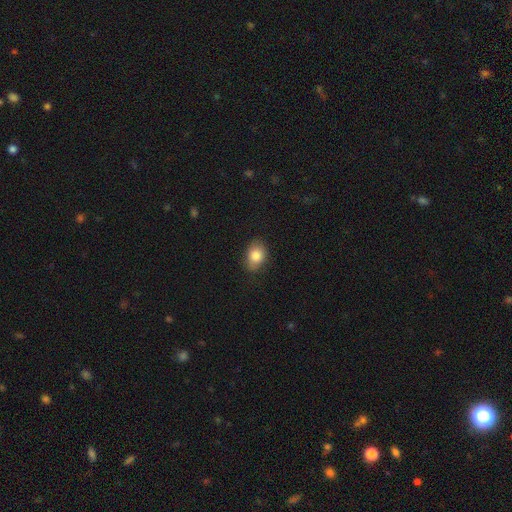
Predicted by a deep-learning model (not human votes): This is clearly a smooth galaxy (84%). How rounded: likely in between (70%). Merging: likely none (80%).